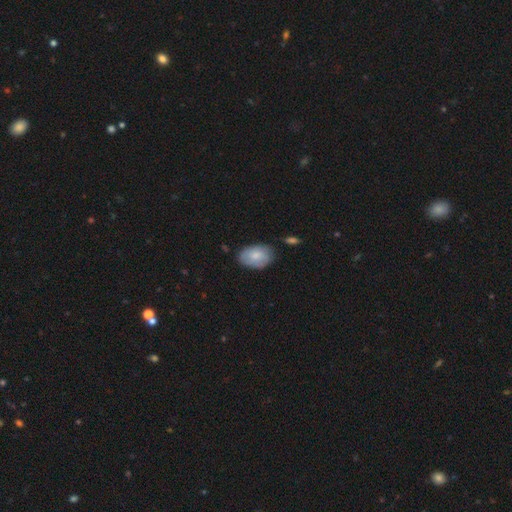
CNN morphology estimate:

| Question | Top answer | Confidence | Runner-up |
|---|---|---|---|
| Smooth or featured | smooth | 78% | featured or disk (16%) |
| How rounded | in between | 89% | round (10%) |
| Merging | none | 73% | minor disturbance (21%) |